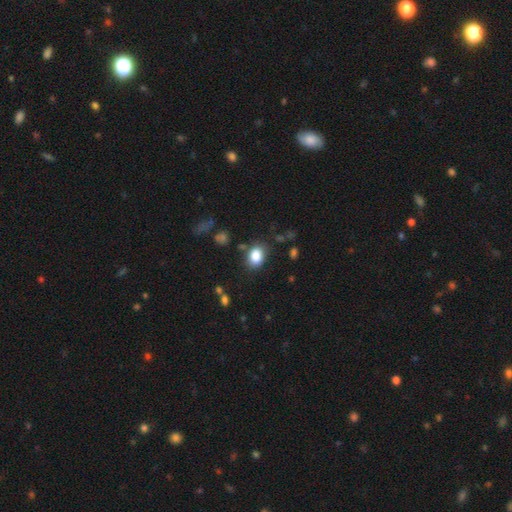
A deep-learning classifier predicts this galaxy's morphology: type=smooth (86%); roundness=in between (66%); merging=none (78%).